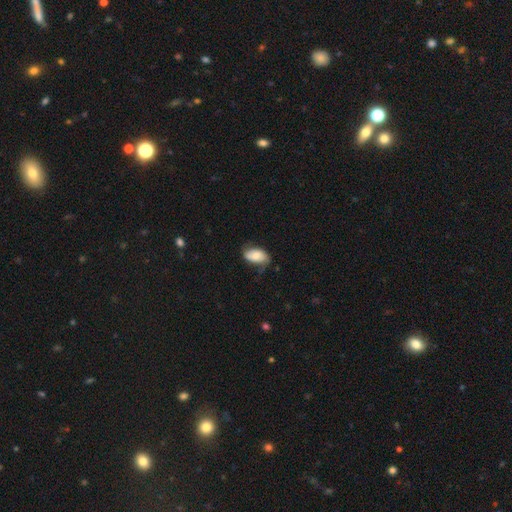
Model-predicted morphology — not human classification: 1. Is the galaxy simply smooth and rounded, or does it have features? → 61% smooth, 32% featured or disk, 7% star or artifact.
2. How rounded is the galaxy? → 93% in between, 5% round, 2% cigar-shaped.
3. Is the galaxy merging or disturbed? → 56% none, 31% minor disturbance, 11% major disturbance, 2% merger.